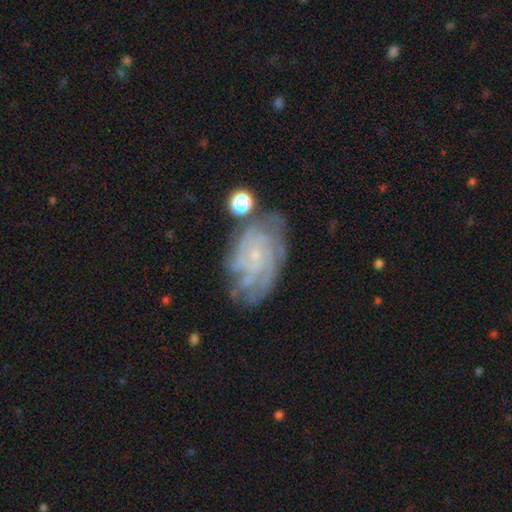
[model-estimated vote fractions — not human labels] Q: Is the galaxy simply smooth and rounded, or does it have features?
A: featured or disk — 83%.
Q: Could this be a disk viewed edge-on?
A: no — 97%.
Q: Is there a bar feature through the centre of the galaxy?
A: no — 78%.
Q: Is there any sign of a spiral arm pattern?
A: yes — 94%.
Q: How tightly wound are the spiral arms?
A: tight — 68%.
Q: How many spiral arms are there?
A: can't tell — 31%.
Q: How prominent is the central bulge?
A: small — 84%.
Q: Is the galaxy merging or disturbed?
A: none — 64%.